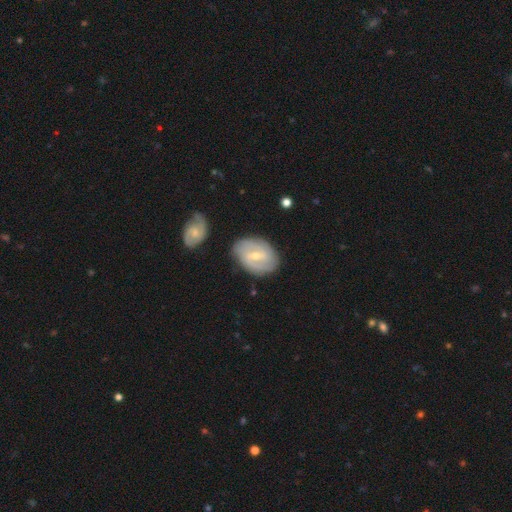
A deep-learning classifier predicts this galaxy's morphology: type=featured or disk (74%); edge-on=no (96%); bar=weak (57%); spiral arms=yes (88%); winding=tight (44%); arm count=2 (67%); bulge=small (56%); merging=none (78%).